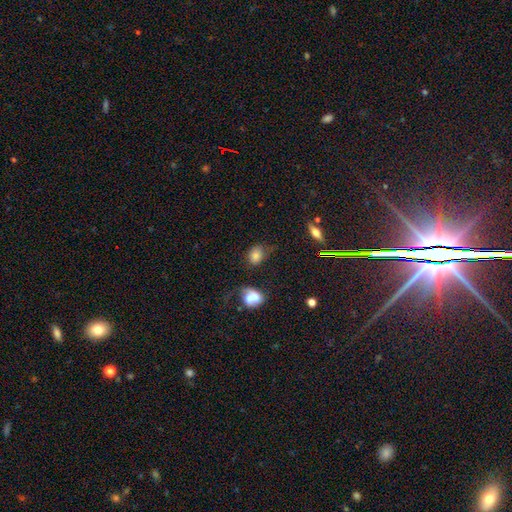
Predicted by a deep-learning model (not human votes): Smooth or featured?
  - smooth: 77% *
  - star or artifact: 13%
  - featured or disk: 10%
How rounded?
  - in between: 63% *
  - round: 36%
  - cigar-shaped: 2%
Merging?
  - none: 56% *
  - minor disturbance: 26%
  - major disturbance: 11%
  - merger: 7%